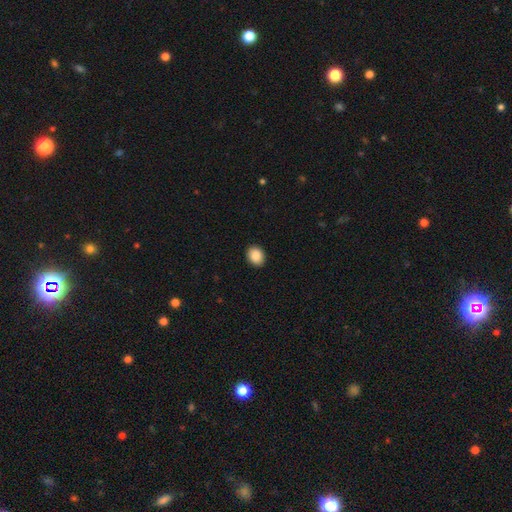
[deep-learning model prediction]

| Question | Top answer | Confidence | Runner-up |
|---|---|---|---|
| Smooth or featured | smooth | 89% | star or artifact (8%) |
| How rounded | in between | 53% | round (47%) |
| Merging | none | 91% | minor disturbance (6%) |